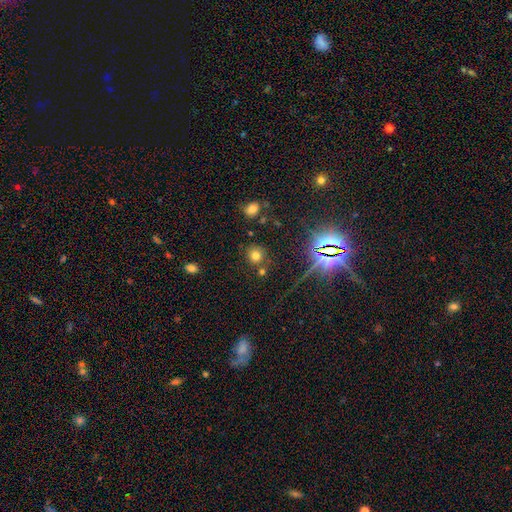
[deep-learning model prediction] Overall: smooth (68%). How rounded: round (87%). Merging: none (78%).